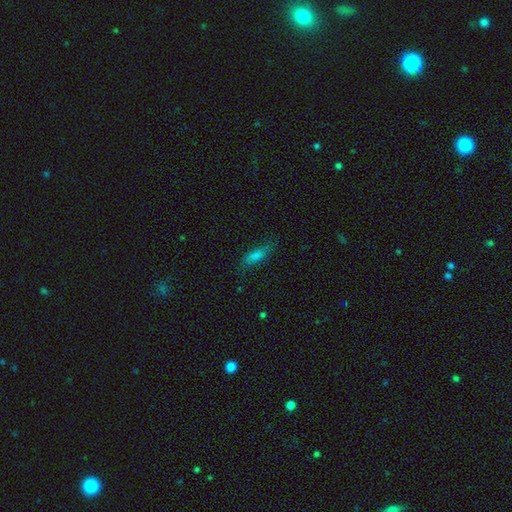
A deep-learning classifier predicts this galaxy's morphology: smooth-or-featured: smooth: 63% | featured or disk: 23% | star or artifact: 14%
  how-rounded: cigar-shaped: 61% | in between: 36% | round: 3%
  merging: none: 76% | minor disturbance: 18% | major disturbance: 5% | merger: 2%